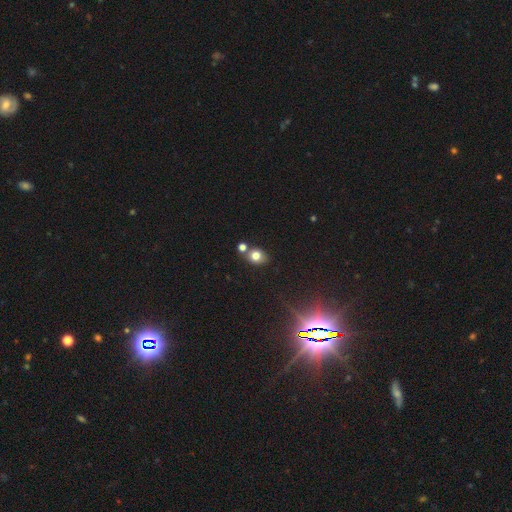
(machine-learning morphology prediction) Q: Smooth or featured?
A: smooth (76%); runner-up: star or artifact (14%)
Q: How rounded?
A: round (53%); runner-up: in between (46%)
Q: Merging?
A: none (66%); runner-up: merger (20%)